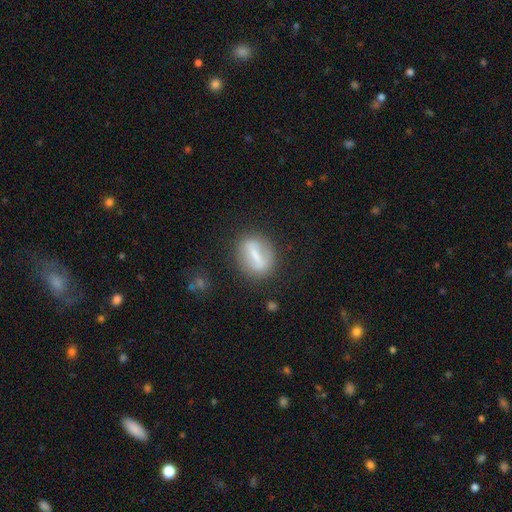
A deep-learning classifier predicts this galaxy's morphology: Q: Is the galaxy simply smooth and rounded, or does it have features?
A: featured or disk — 48%.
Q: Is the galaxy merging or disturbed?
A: none — 79%.